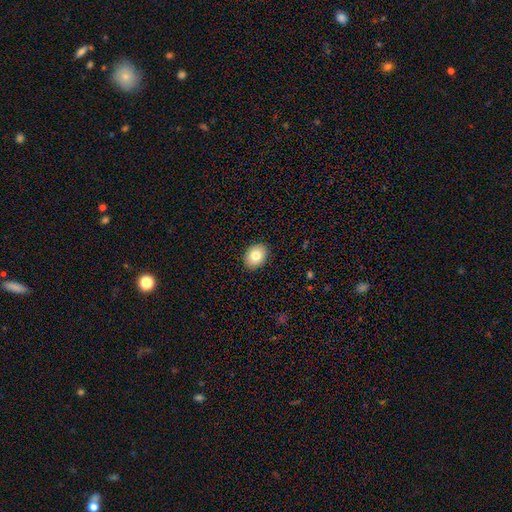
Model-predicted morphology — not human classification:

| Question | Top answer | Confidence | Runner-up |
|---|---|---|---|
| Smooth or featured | smooth | 80% | featured or disk (12%) |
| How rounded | in between | 66% | round (33%) |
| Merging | none | 90% | minor disturbance (7%) |